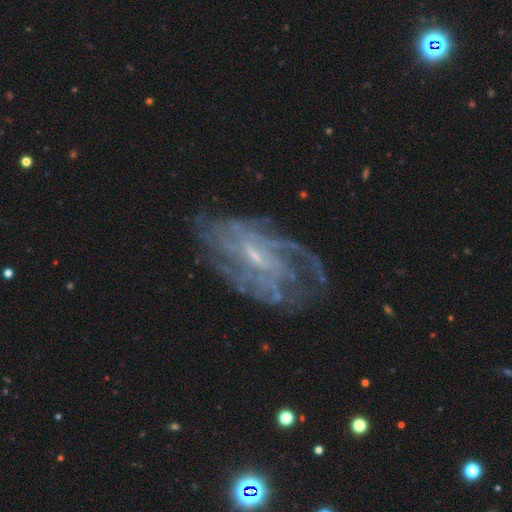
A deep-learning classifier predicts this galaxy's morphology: A featured or disk galaxy (85%) with a weak bar (53%), tight (48%) spiral arms (91%) and a small central bulge (70%).

Vote fractions:
- Smooth or featured? featured or disk: 85% / star or artifact: 8% / smooth: 7%
- Edge-on disk? no: 95% / yes: 5%
- Bar? weak: 53% / no: 33% / strong: 14%
- Spiral arms? yes: 91% / no: 9%
- Spiral winding? tight: 48% / medium: 37% / loose: 15%
- Spiral arm count? can't tell: 44% / 4: 15% / 2: 13% / 3: 12% / more than 4: 9% / 1: 7%
- Bulge size? small: 70% / moderate: 18% / none: 10% / large: 1% / dominant: 1%
- Merging? none: 66% / minor disturbance: 18% / major disturbance: 14% / merger: 2%